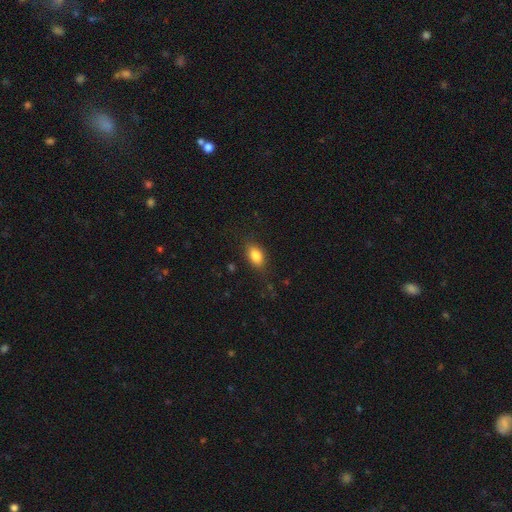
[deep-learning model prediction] This is clearly a smooth galaxy (84%). How rounded: clearly in between (85%). Merging: clearly none (81%).